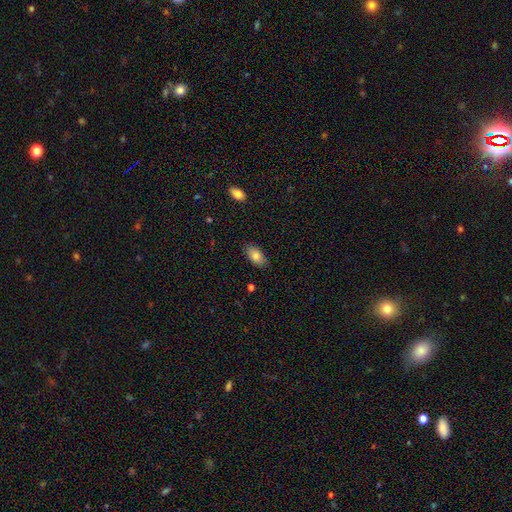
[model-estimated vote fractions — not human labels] A smooth galaxy with no disk features (83%) that is in between round and cigar-shaped (92%). Merging: none (85%).